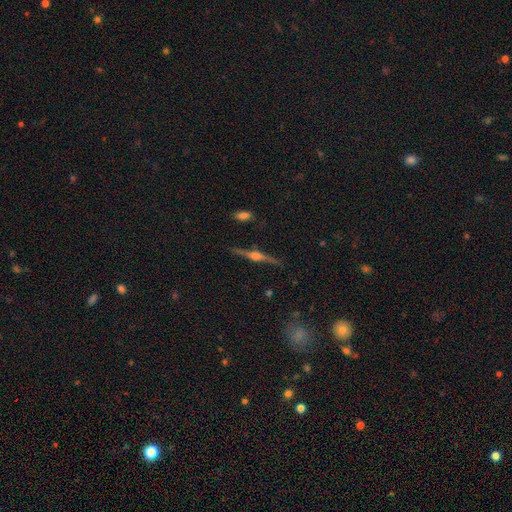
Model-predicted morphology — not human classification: This is clearly a featured or disk galaxy (81%). It is clearly viewed edge-on (98%). Edge-on bulge: clearly rounded (85%). Merging: clearly none (87%).